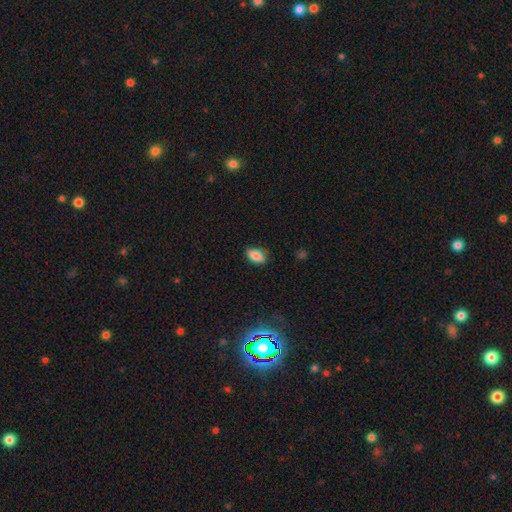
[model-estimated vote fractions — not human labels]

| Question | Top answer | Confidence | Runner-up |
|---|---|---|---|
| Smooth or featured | smooth | 84% | star or artifact (8%) |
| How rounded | in between | 89% | cigar-shaped (6%) |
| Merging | none | 77% | minor disturbance (18%) |